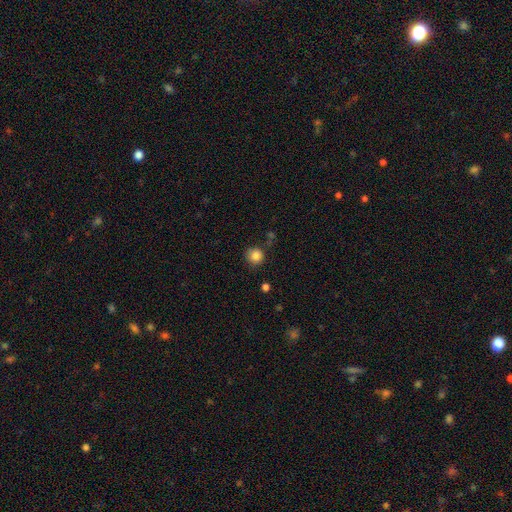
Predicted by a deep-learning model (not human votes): A smooth galaxy with no disk features (85%) that is round (92%). Merging: none (80%).